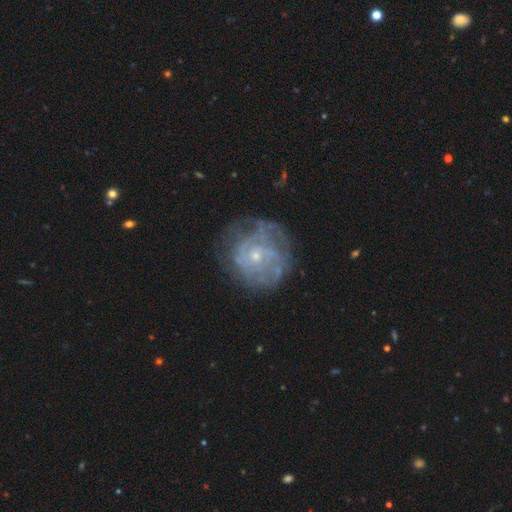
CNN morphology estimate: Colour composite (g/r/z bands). It shows a featured or disk galaxy (74%) with no bar (78%), tight (58%) spiral arms (74%) and a small central bulge (73%). Merging: none (65%).